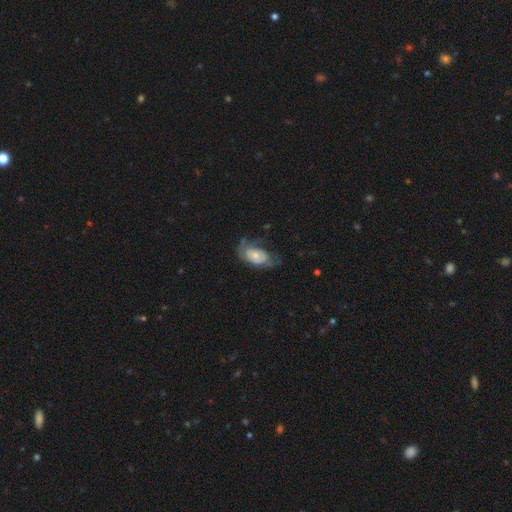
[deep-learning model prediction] Smooth or featured?
  - featured or disk: 50% *
  - smooth: 43%
  - star or artifact: 7%
Edge-on disk?
  - no: 94% *
  - yes: 6%
Merging?
  - none: 37% *
  - major disturbance: 33%
  - minor disturbance: 28%
  - merger: 2%